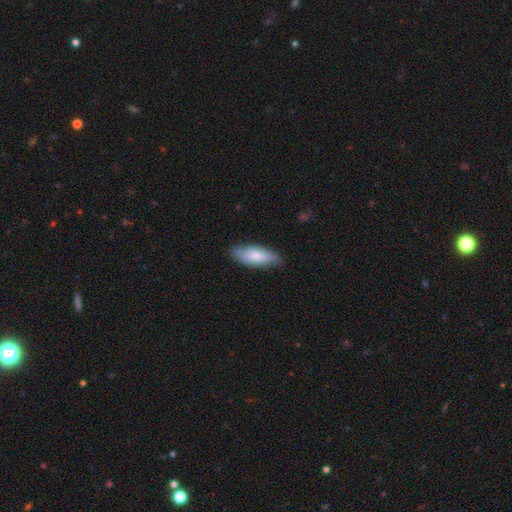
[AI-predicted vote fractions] This is likely a smooth galaxy (76%). How rounded: likely in between (75%). Merging: likely none (78%).